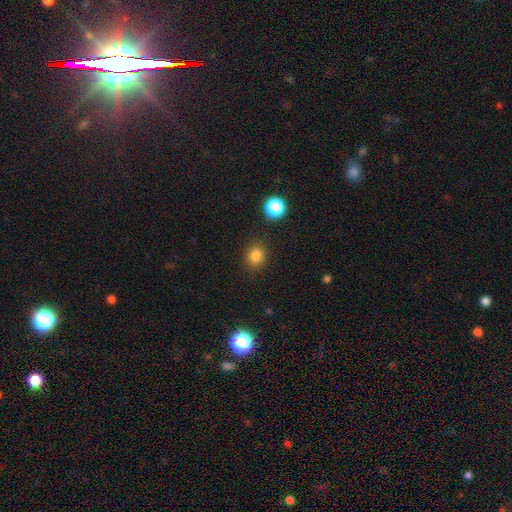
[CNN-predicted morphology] smooth 83%, star or artifact 13%, featured or disk 4%. Down the decision tree: how rounded — round (74%); merging — none (85%).